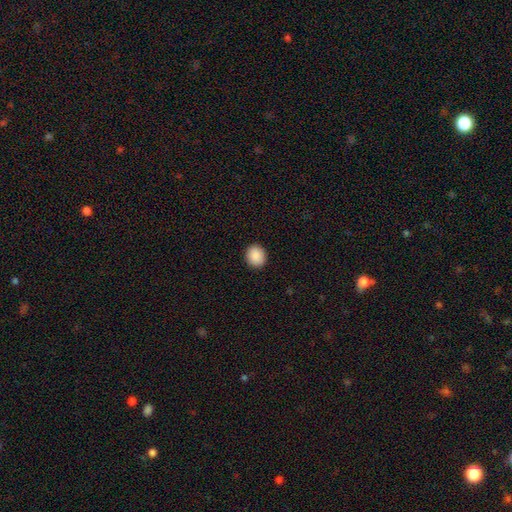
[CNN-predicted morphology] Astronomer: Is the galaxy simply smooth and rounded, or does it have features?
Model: smooth — 90%.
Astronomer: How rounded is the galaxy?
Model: round — 78%.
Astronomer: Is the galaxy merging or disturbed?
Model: none — 92%.